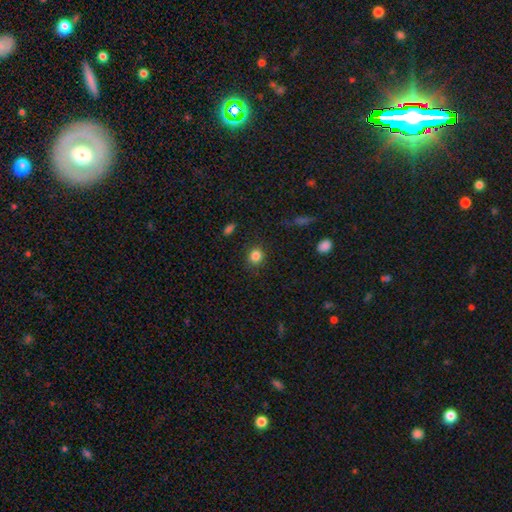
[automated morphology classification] Q: Smooth or featured?
A: smooth (84%); runner-up: star or artifact (11%)
Q: How rounded?
A: round (85%); runner-up: in between (14%)
Q: Merging?
A: none (88%); runner-up: minor disturbance (8%)